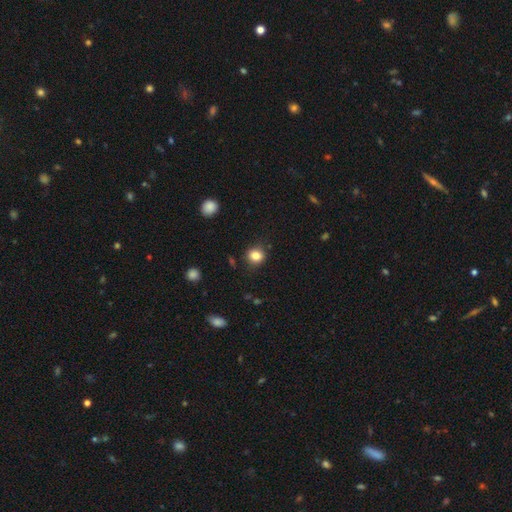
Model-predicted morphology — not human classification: The model was most divided on "how rounded": round: 77%, in between: 22%, cigar-shaped: 1%. More confident: merging — none (85%); smooth or featured — smooth (83%).